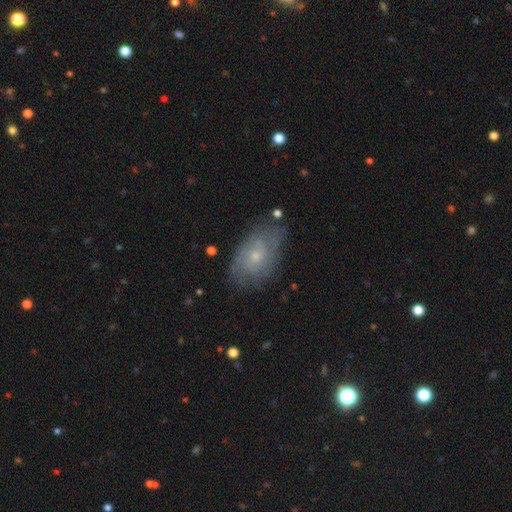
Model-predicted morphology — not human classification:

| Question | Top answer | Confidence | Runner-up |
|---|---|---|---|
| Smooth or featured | featured or disk | 57% | smooth (35%) |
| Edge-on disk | no | 94% | yes (6%) |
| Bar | no | 73% | weak (24%) |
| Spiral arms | yes | 74% | no (26%) |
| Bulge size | small | 67% | moderate (28%) |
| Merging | none | 67% | minor disturbance (23%) |